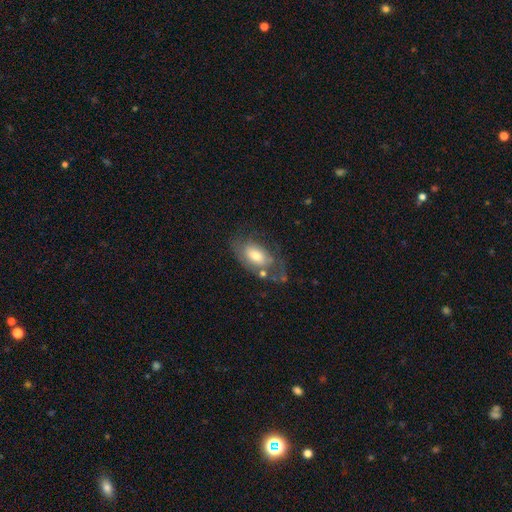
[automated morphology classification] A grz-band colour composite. It shows a smooth galaxy with no disk features (55%) that is in between round and cigar-shaped (91%). Merging: none (43%).